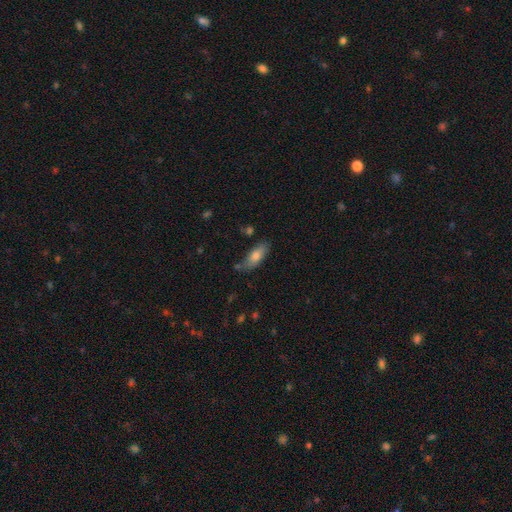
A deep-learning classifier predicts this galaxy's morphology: A smooth galaxy with no disk features (75%) that is in between round and cigar-shaped (73%). Merging: none (73%).